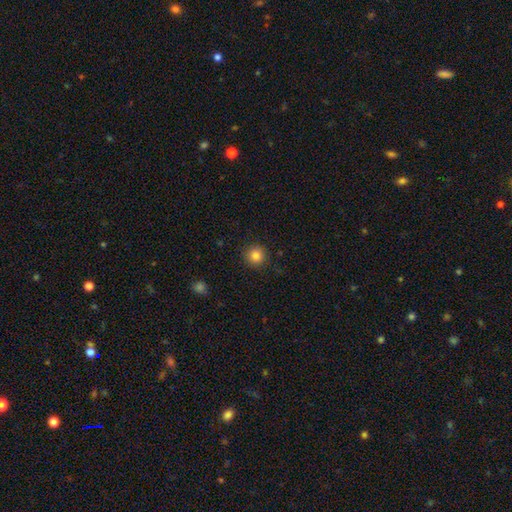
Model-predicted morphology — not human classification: Smooth or featured?
  - smooth: 84% *
  - star or artifact: 11%
  - featured or disk: 5%
How rounded?
  - round: 95% *
  - in between: 4%
  - cigar-shaped: 1%
Merging?
  - none: 91% *
  - minor disturbance: 6%
  - major disturbance: 2%
  - merger: 1%